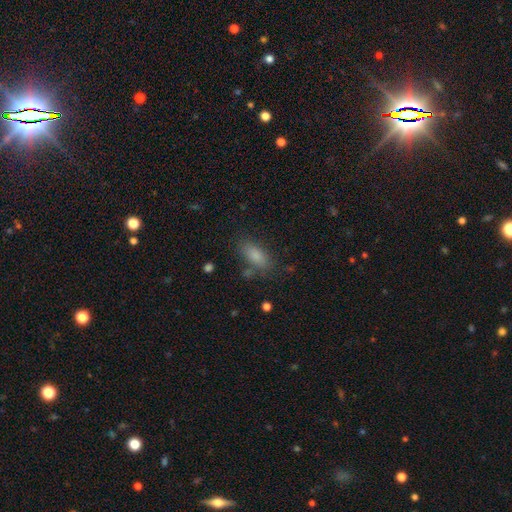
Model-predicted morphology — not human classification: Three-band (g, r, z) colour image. It shows a smooth galaxy with no disk features (83%) that is in between round and cigar-shaped (83%). Merging: none (75%).